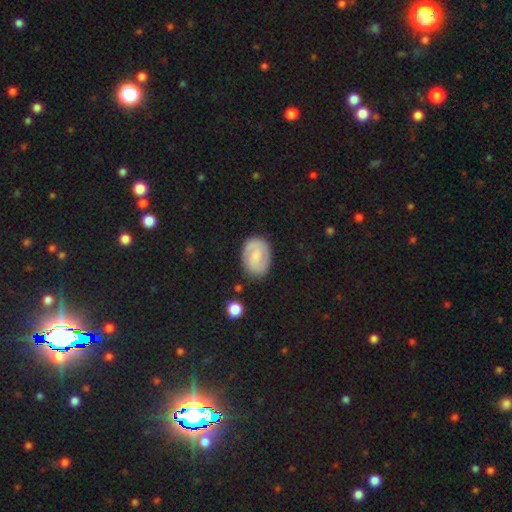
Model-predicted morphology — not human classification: A smooth galaxy with no disk features (47%). Merging: none (79%).